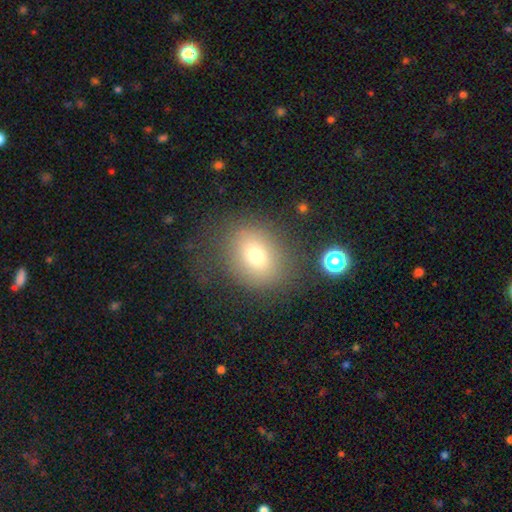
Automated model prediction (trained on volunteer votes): A smooth galaxy with no disk features (72%) that is round (55%). Merging: none (71%).